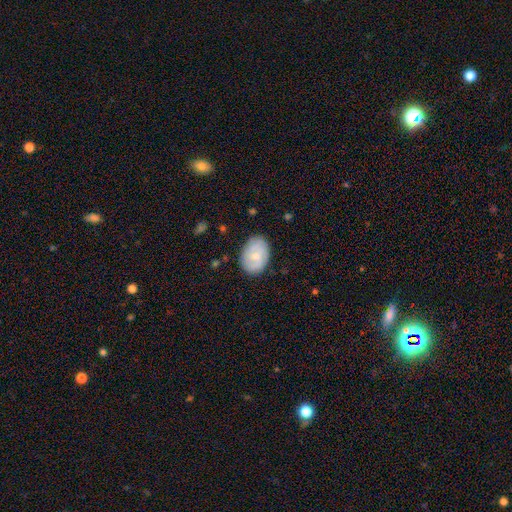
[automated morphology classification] type=smooth (49%); merging=none (78%).